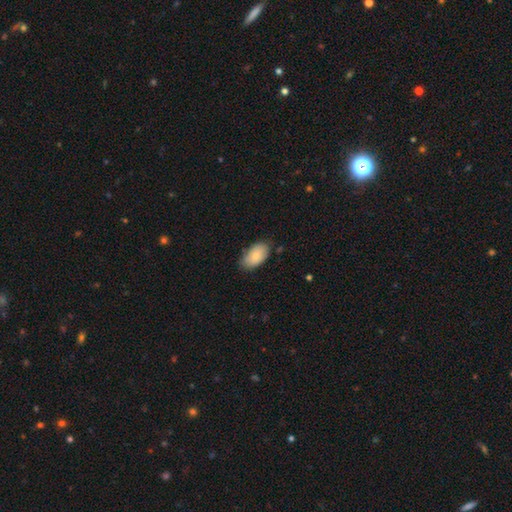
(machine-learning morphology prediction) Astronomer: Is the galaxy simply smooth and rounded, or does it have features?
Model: smooth — 83%.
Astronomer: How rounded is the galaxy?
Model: in between — 94%.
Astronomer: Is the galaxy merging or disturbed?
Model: none — 76%.